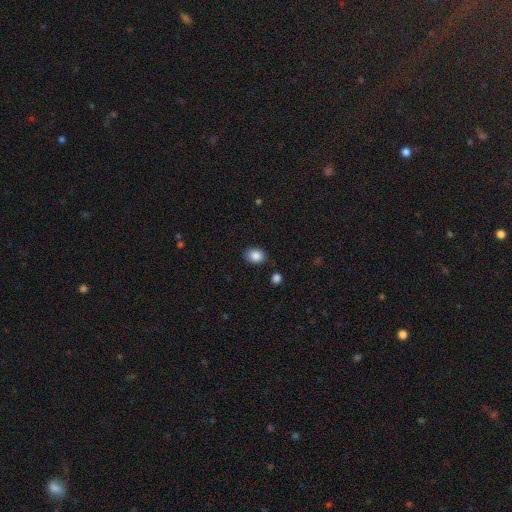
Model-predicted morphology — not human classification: type=smooth (87%); roundness=in between (73%); merging=none (83%).